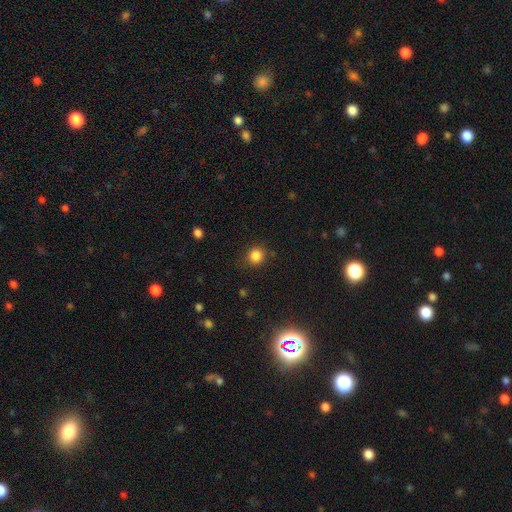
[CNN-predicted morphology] smooth_or_featured: smooth (p=0.84) [alt: star or artifact p=0.12]
how_rounded: round (p=0.88) [alt: in between p=0.11]
merging: none (p=0.85) [alt: minor disturbance p=0.10]